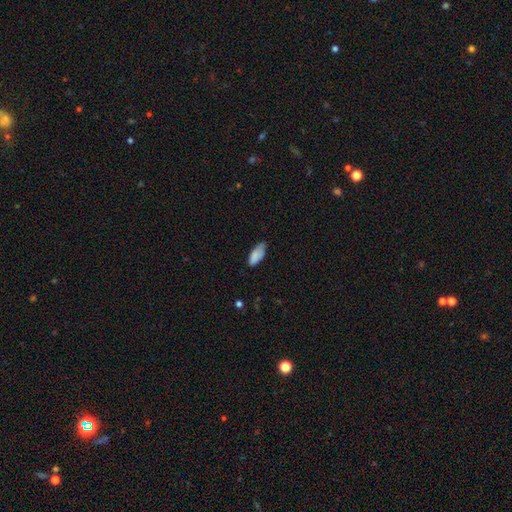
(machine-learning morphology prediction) The model was most divided on "merging": none: 62%, minor disturbance: 31%, major disturbance: 5%, merger: 2%. More confident: smooth or featured — smooth (85%); how rounded — in between (84%).